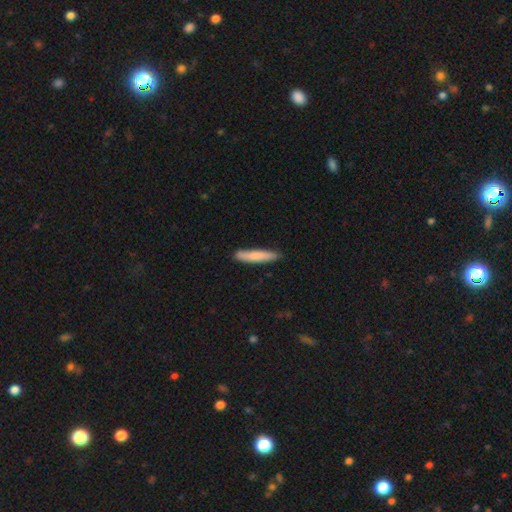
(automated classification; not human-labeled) Smooth or featured? smooth (79%)
How rounded? cigar-shaped (90%)
Merging? none (87%)